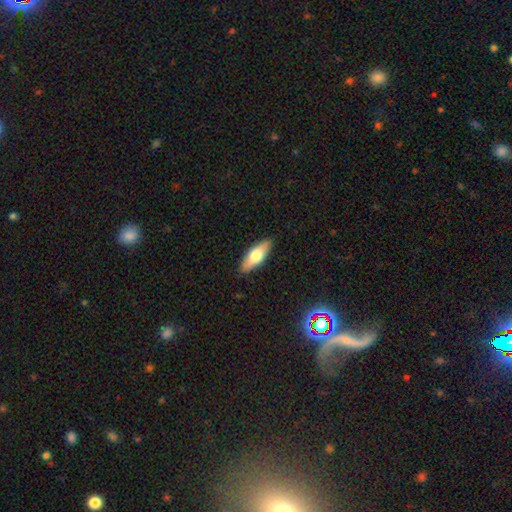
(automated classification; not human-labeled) Morphology: type=smooth (66%); roundness=in between (63%); merging=none (89%).